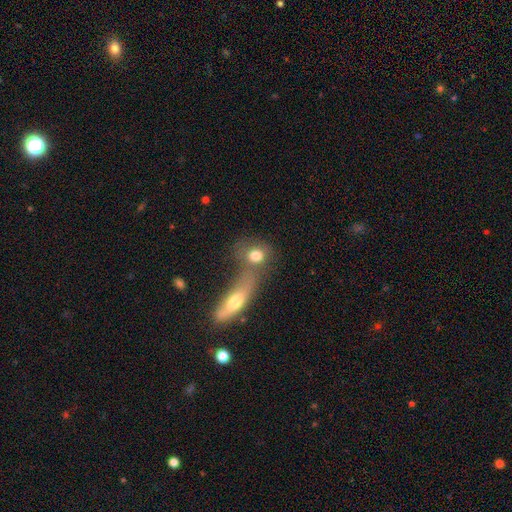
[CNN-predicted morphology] This is likely a smooth galaxy (75%). How rounded: possibly round (51%). Merging: marginally merger (44%).